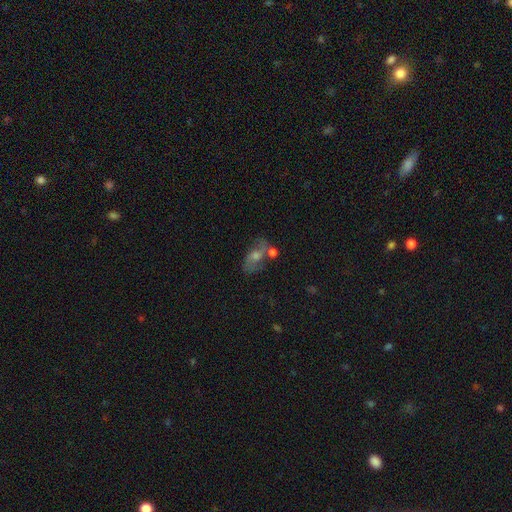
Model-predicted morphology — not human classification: smooth-or-featured: featured or disk: 57% | smooth: 27% | star or artifact: 16%
  disk-edge-on: no: 93% | yes: 7%
    bar: no: 59% | weak: 33% | strong: 7%
    has-spiral-arms: yes: 79% | no: 21%
    bulge-size: moderate: 57% | small: 26% | large: 11% | none: 5% | dominant: 2%
  merging: none: 55% | minor disturbance: 18% | merger: 17% | major disturbance: 10%